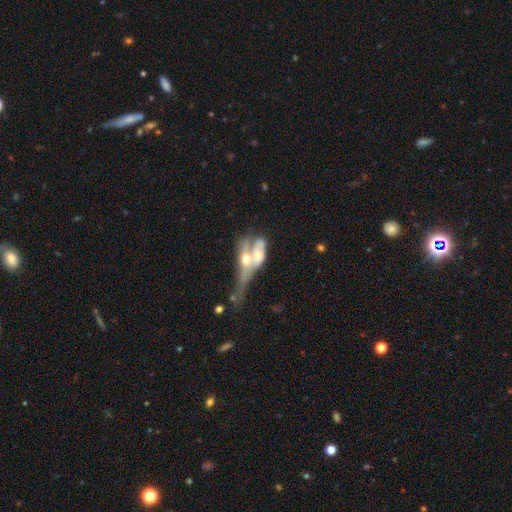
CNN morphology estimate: A featured or disk galaxy (53%). Merging: merger (70%).